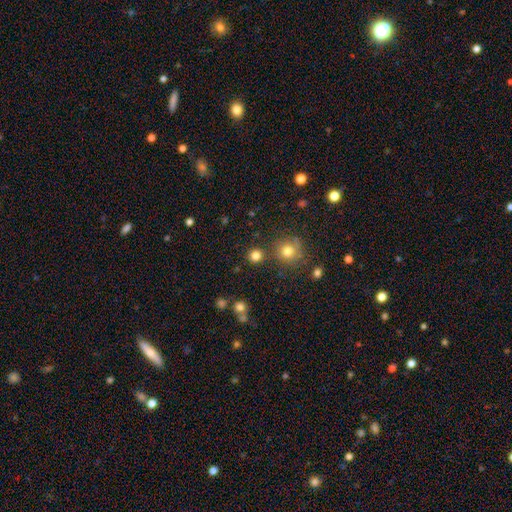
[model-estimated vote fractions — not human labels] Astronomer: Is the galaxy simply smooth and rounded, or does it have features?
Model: smooth — 81%.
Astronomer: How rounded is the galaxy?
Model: round — 91%.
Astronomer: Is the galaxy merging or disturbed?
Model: none — 84%.